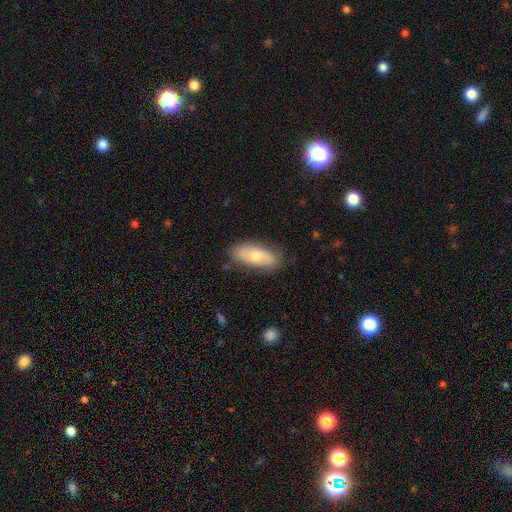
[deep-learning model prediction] smooth-or-featured: smooth: 66% | featured or disk: 28% | star or artifact: 6%
  how-rounded: in between: 83% | cigar-shaped: 14% | round: 3%
  merging: none: 78% | minor disturbance: 17% | major disturbance: 4% | merger: 2%